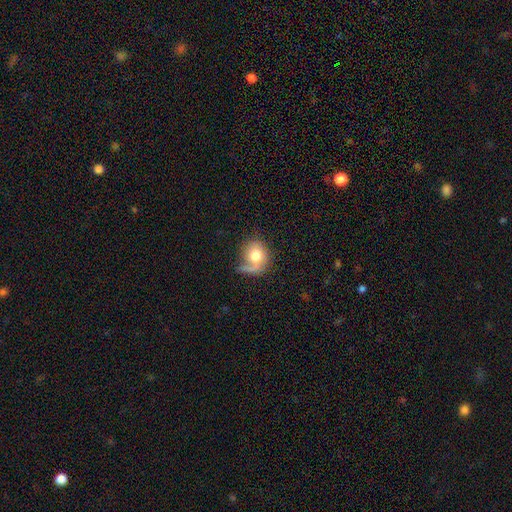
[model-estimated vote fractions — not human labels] Smooth or featured? smooth (63%)
How rounded? round (75%)
Merging? none (41%)